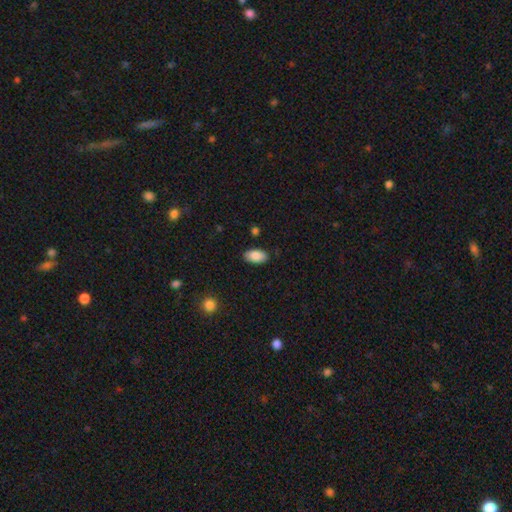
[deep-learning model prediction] Morphology: type=smooth (87%); roundness=in between (95%); merging=none (87%).